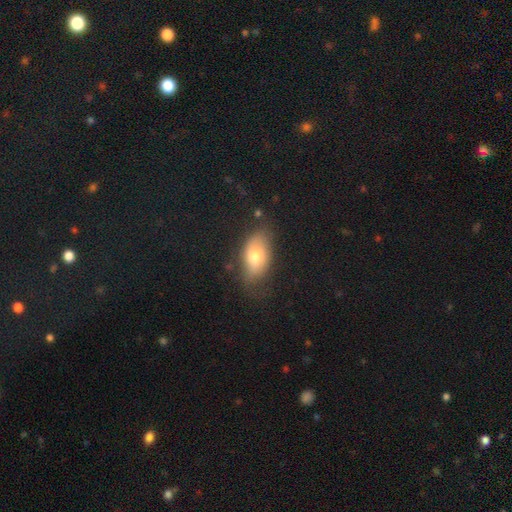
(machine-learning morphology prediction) Q: Smooth or featured?
A: smooth (71%); runner-up: featured or disk (21%)
Q: How rounded?
A: in between (90%); runner-up: round (7%)
Q: Merging?
A: none (65%); runner-up: minor disturbance (25%)